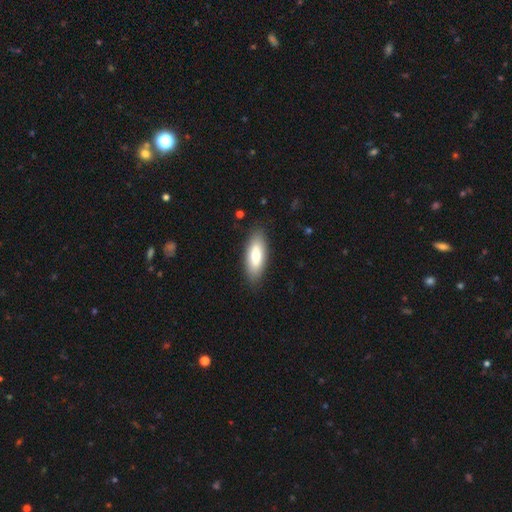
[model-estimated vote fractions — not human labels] Smooth or featured?
  - smooth: 73% *
  - featured or disk: 21%
  - star or artifact: 6%
How rounded?
  - in between: 76% *
  - cigar-shaped: 22%
  - round: 2%
Merging?
  - none: 86% *
  - minor disturbance: 10%
  - major disturbance: 3%
  - merger: 1%